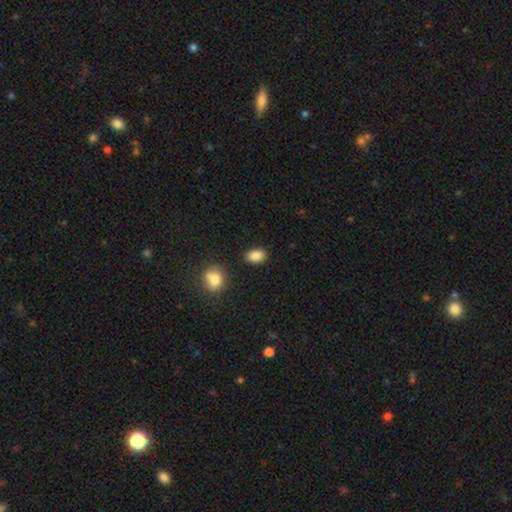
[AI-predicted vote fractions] Smooth or featured? Predicted: smooth (p=0.86). How rounded? Predicted: in between (p=0.87). Merging? Predicted: none (p=0.86).